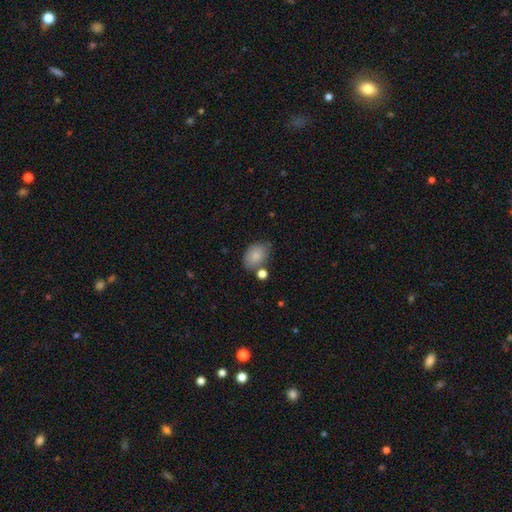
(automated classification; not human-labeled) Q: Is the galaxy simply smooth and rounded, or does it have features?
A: smooth — 85%.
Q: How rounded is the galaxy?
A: in between — 81%.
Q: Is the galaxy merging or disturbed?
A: none — 67%.